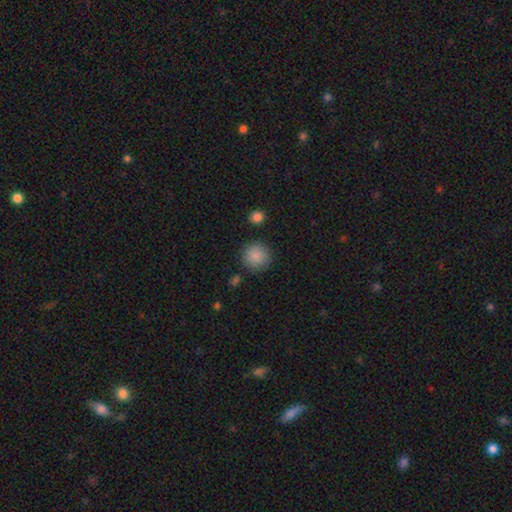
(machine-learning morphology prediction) Smooth or featured? Predicted: smooth (p=0.88). How rounded? Predicted: round (p=0.94). Merging? Predicted: none (p=0.87).